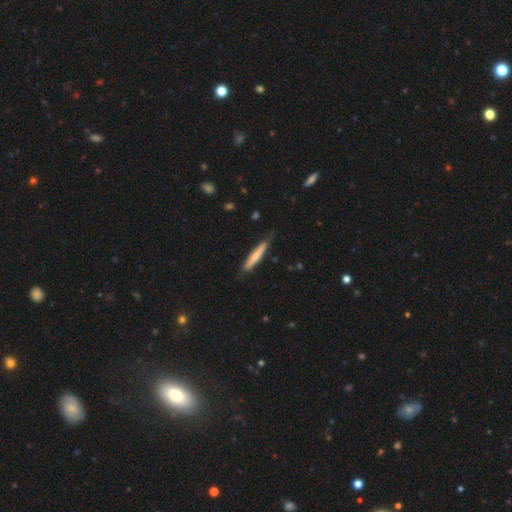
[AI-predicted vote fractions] Smooth or featured: smooth — 62% (featured or disk — 33%)
How rounded: cigar-shaped — 92% (in between — 6%)
Merging: none — 78% (minor disturbance — 18%)